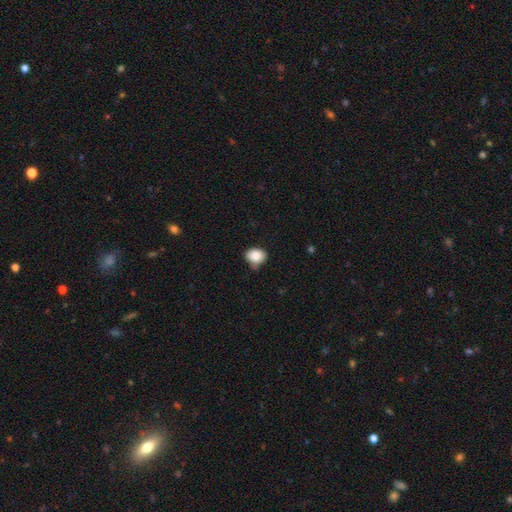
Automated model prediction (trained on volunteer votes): smooth-or-featured: smooth: 85% | star or artifact: 9% | featured or disk: 6%
  how-rounded: round: 54% | in between: 45% | cigar-shaped: 1%
  merging: none: 64% | minor disturbance: 27% | major disturbance: 5% | merger: 4%